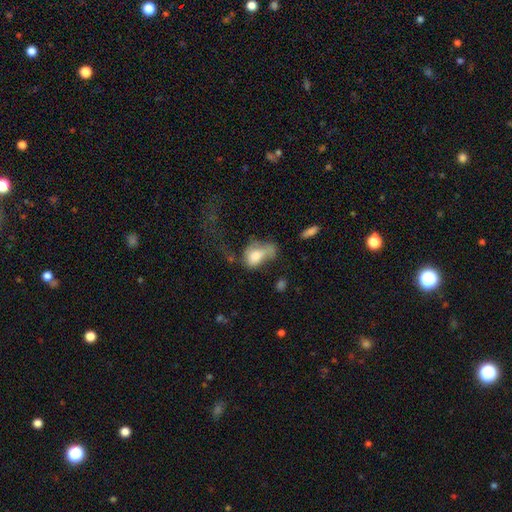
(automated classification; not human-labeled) A smooth galaxy with no disk features (66%) that is in between round and cigar-shaped (80%).

Vote fractions:
- Smooth or featured? smooth: 66% / featured or disk: 24% / star or artifact: 10%
- How rounded? in between: 80% / round: 17% / cigar-shaped: 2%
- Merging? major disturbance: 43% / minor disturbance: 21% / none: 18% / merger: 18%